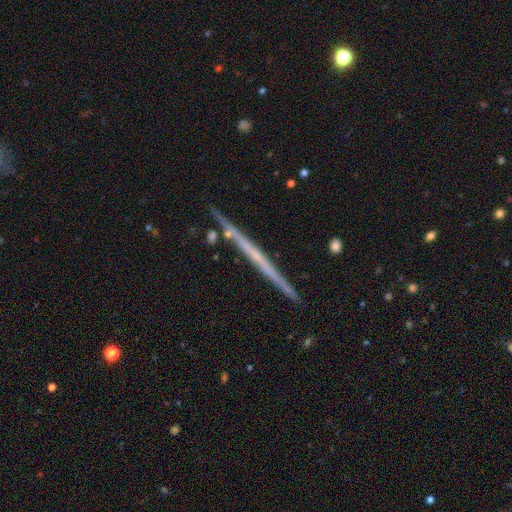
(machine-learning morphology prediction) The model was most divided on "smooth or featured": featured or disk: 67%, smooth: 27%, star or artifact: 6%. More confident: edge-on disk — yes (98%); merging — none (89%); edge-on bulge — none (87%).